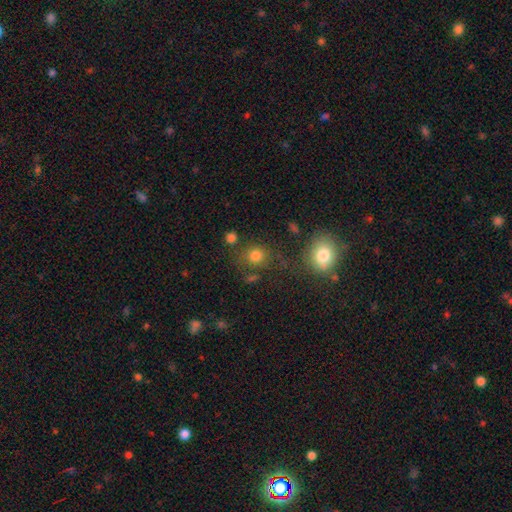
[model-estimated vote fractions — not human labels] This is likely a smooth galaxy (78%). How rounded: clearly round (82%). Merging: likely none (70%).